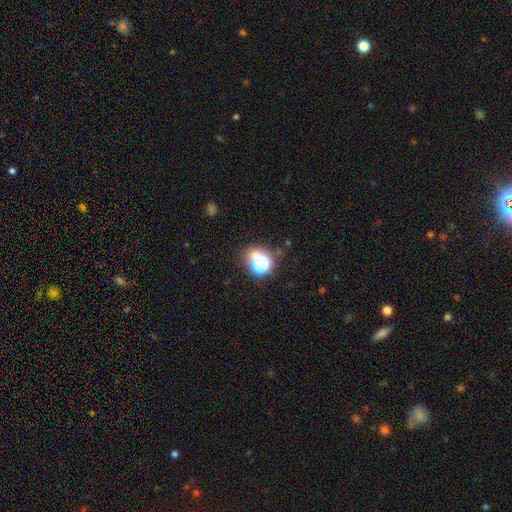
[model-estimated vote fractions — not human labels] Overall: smooth (51%; star or artifact 38%). How rounded: round (75%). Merging: none (69%).